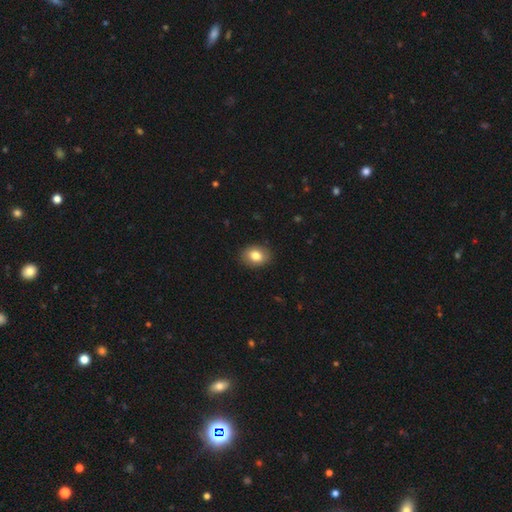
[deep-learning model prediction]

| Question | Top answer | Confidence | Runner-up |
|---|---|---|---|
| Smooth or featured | smooth | 83% | featured or disk (9%) |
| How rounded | in between | 62% | round (37%) |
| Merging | none | 89% | minor disturbance (8%) |